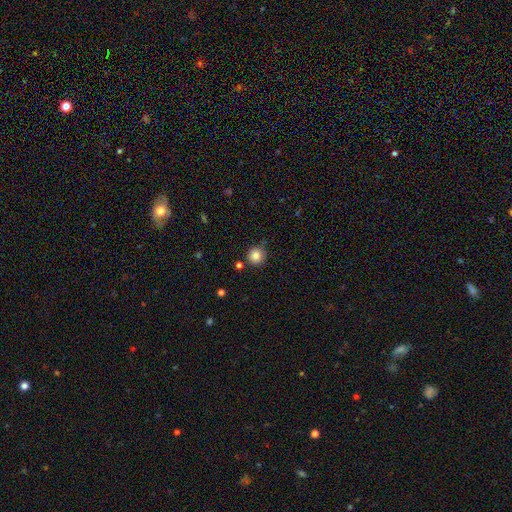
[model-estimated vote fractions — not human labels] This appears to be a smooth galaxy with no disk features (85%) that is round (93%). Merging: none (76%).